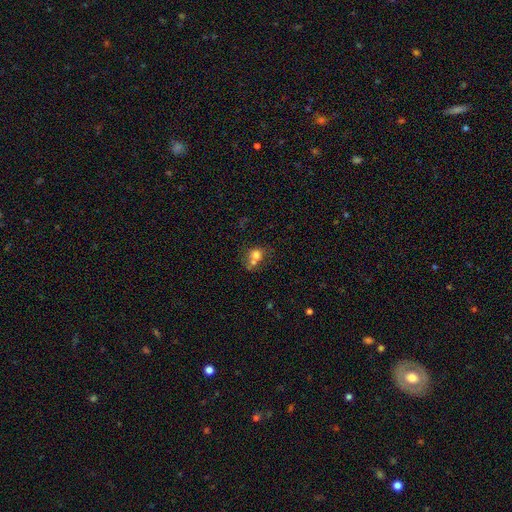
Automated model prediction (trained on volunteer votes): Smooth or featured?
  - smooth: 70% *
  - featured or disk: 16%
  - star or artifact: 14%
How rounded?
  - round: 68% *
  - in between: 31%
  - cigar-shaped: 1%
Merging?
  - merger: 47% *
  - none: 36%
  - minor disturbance: 10%
  - major disturbance: 7%